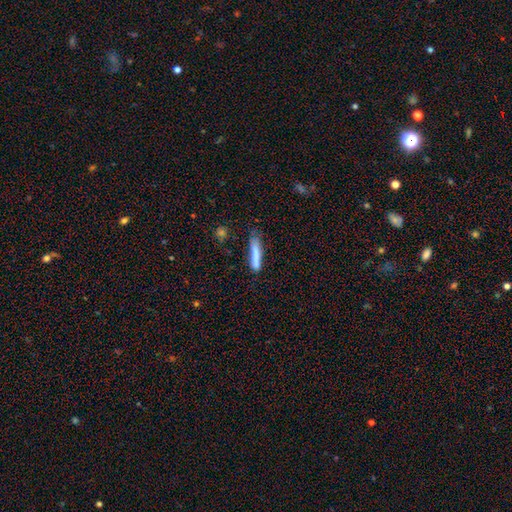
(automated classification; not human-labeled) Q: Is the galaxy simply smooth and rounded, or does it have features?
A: smooth — 80%.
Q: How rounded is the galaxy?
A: cigar-shaped — 88%.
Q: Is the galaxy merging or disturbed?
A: none — 63%.